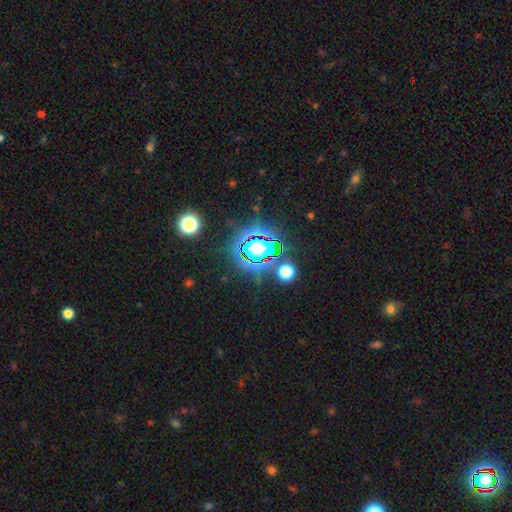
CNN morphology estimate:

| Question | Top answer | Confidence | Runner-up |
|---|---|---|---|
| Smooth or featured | star or artifact | 79% | smooth (12%) |